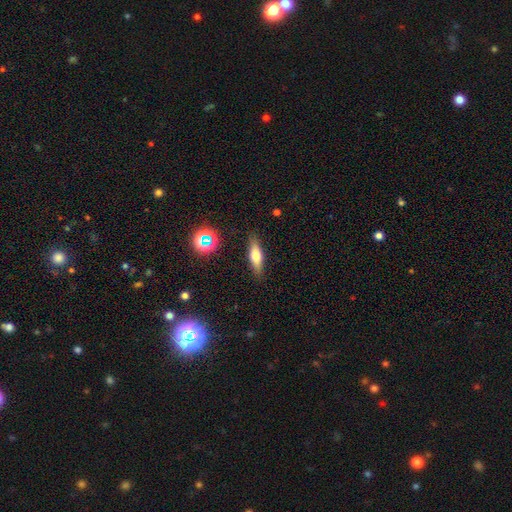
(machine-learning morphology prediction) Smooth or featured?
  - smooth: 56% *
  - featured or disk: 35%
  - star or artifact: 10%
How rounded?
  - cigar-shaped: 56% *
  - in between: 41%
  - round: 4%
Merging?
  - none: 87% *
  - minor disturbance: 9%
  - major disturbance: 2%
  - merger: 2%